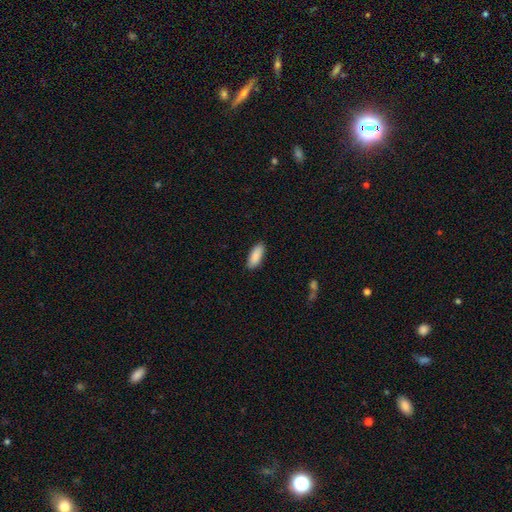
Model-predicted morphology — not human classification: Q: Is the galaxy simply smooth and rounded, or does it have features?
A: smooth — 90%.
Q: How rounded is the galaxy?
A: in between — 78%.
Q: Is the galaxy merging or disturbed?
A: none — 88%.